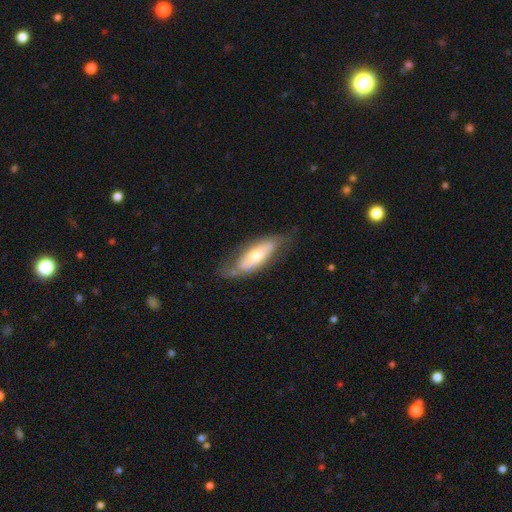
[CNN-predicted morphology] Q: Smooth or featured?
A: featured or disk (50%); runner-up: smooth (44%)
Q: Edge-on disk?
A: no (68%); runner-up: yes (32%)
Q: Merging?
A: none (64%); runner-up: minor disturbance (25%)